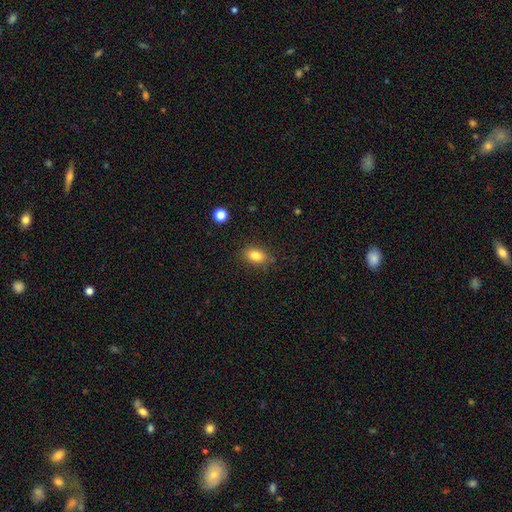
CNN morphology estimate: This is clearly a smooth galaxy (82%). How rounded: clearly in between (83%). Merging: clearly none (84%).